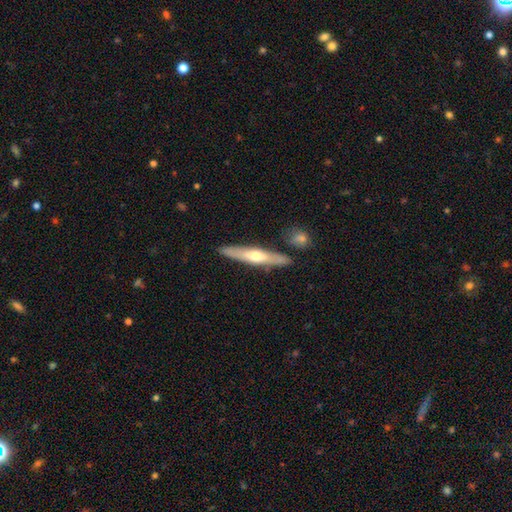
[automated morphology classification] Q: Smooth or featured?
A: featured or disk (54%); runner-up: smooth (41%)
Q: Edge-on disk?
A: yes (87%); runner-up: no (13%)
Q: Merging?
A: none (83%); runner-up: minor disturbance (10%)